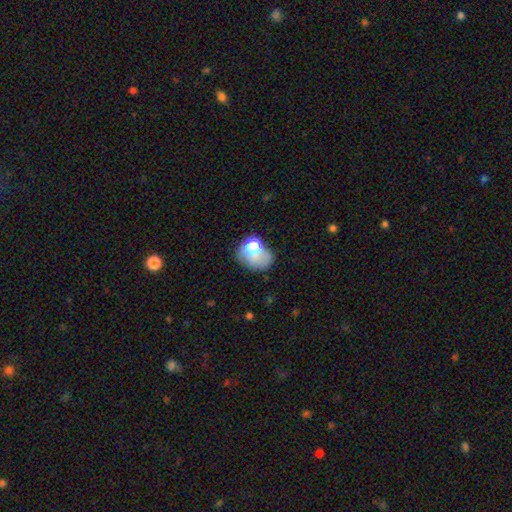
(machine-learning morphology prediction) Smooth or featured? smooth (65%)
How rounded? in between (63%)
Merging? major disturbance (34%)